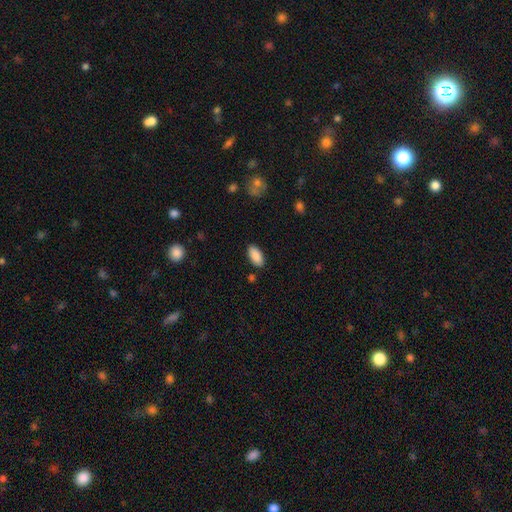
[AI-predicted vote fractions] Smooth or featured: smooth — 89% (star or artifact — 7%)
How rounded: in between — 92% (cigar-shaped — 6%)
Merging: none — 88% (minor disturbance — 9%)